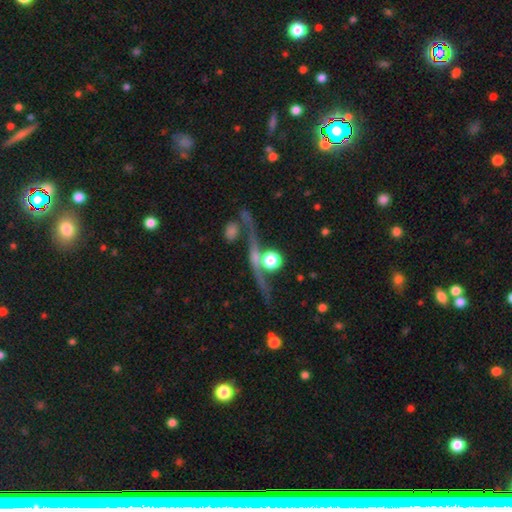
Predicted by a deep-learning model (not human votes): Smooth or featured: featured or disk — 51% (star or artifact — 25%)
Edge-on disk: yes — 66% (no — 34%)
Merging: none — 65% (merger — 13%)